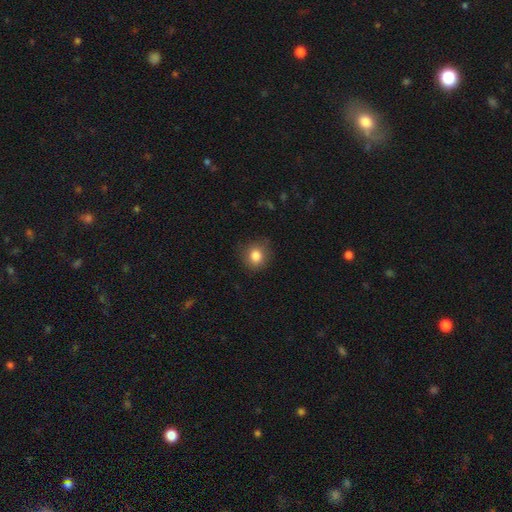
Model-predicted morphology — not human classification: smooth-or-featured: smooth: 84% | star or artifact: 10% | featured or disk: 6%
  how-rounded: round: 79% | in between: 20% | cigar-shaped: 1%
  merging: none: 80% | minor disturbance: 15% | major disturbance: 4% | merger: 1%